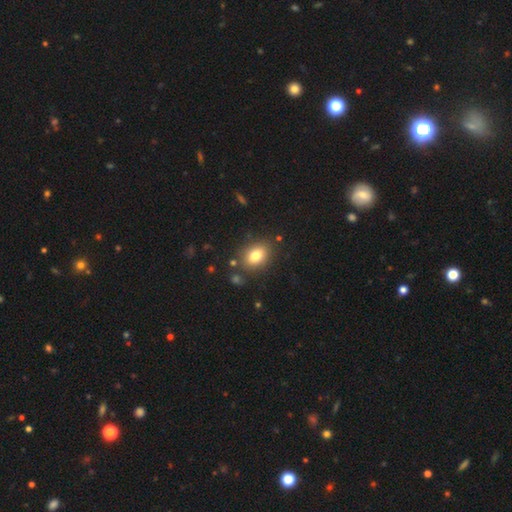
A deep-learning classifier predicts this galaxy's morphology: Smooth or featured? Predicted: smooth (p=0.80). How rounded? Predicted: in between (p=0.74). Merging? Predicted: none (p=0.82).